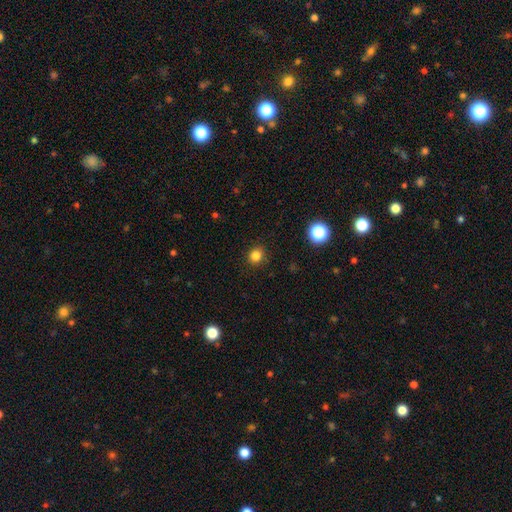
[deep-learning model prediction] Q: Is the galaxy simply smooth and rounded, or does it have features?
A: smooth — 83%.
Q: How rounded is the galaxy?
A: round — 85%.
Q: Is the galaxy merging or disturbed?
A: none — 91%.